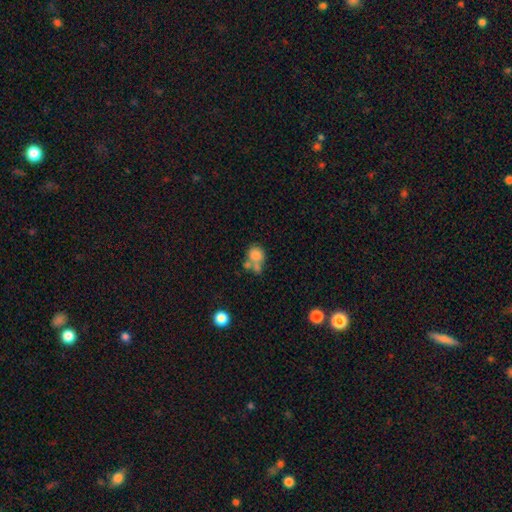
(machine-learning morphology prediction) type=smooth (75%); roundness=round (65%); merging=merger (50%).